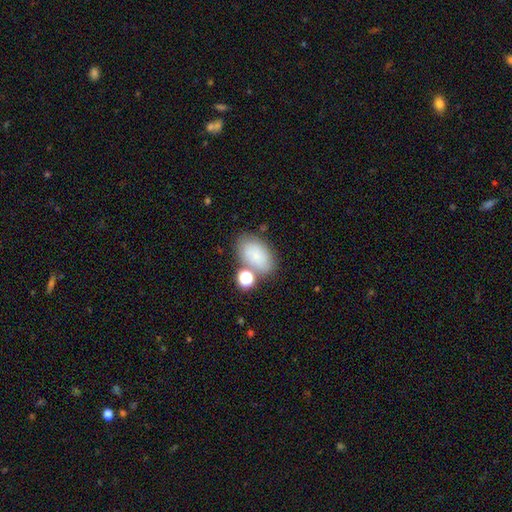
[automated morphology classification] This is likely a smooth galaxy (73%). How rounded: clearly in between (87%). Merging: possibly none (59%).